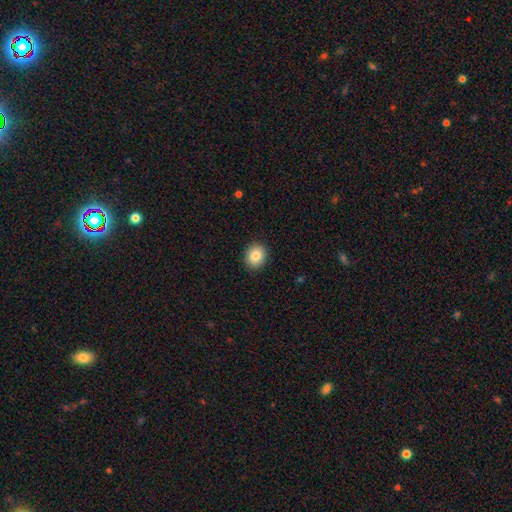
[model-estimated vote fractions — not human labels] smooth_or_featured: smooth (p=0.84) [alt: star or artifact p=0.09]
how_rounded: round (p=0.74) [alt: in between p=0.25]
merging: none (p=0.91) [alt: minor disturbance p=0.07]